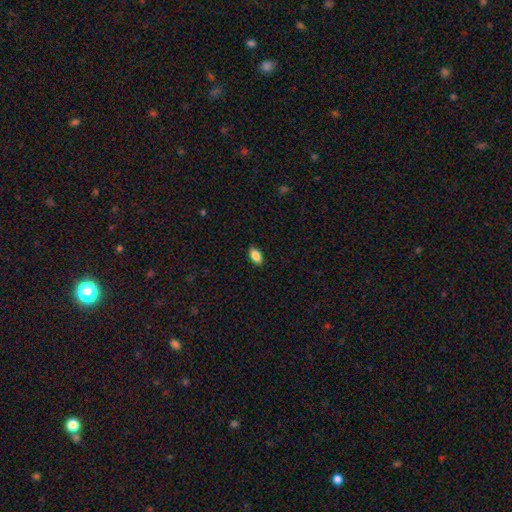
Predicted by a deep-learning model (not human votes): A smooth galaxy with no disk features (87%) that is in between round and cigar-shaped (91%). Merging: none (88%).